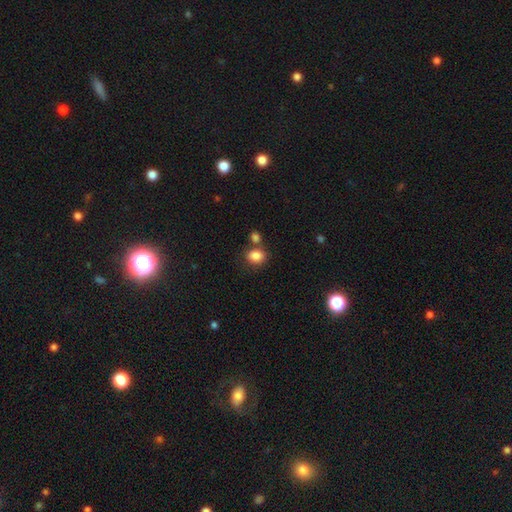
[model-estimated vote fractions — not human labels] Smooth or featured: smooth — 85% (star or artifact — 9%)
How rounded: in between — 53% (round — 46%)
Merging: none — 60% (merger — 23%)